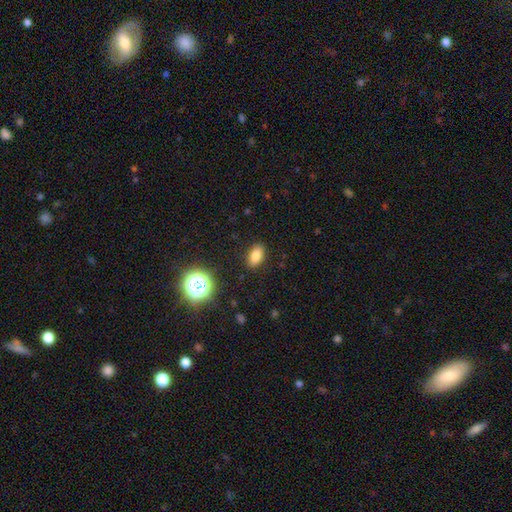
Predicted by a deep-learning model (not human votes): A smooth galaxy with no disk features (80%) that is in between round and cigar-shaped (87%). Merging: none (88%).